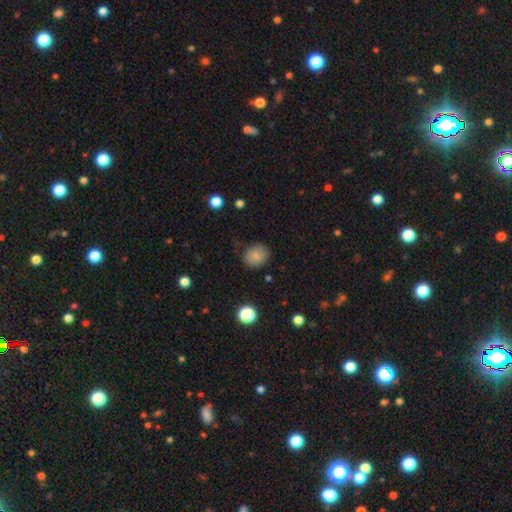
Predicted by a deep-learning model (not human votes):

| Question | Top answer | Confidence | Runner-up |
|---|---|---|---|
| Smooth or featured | smooth | 84% | star or artifact (10%) |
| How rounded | round | 71% | in between (28%) |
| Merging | none | 85% | minor disturbance (11%) |